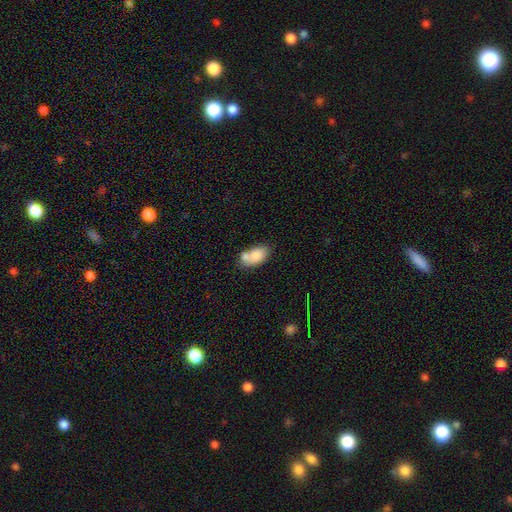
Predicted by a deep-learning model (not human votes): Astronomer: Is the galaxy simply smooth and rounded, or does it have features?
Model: smooth — 79%.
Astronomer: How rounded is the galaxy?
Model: in between — 89%.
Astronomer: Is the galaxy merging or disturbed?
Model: merger — 41% (runner-up: none, 39%).